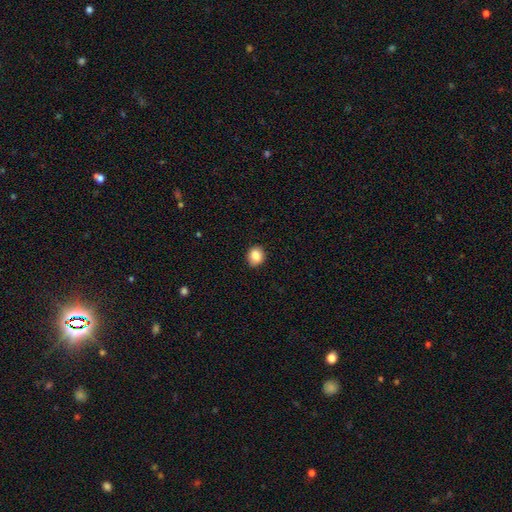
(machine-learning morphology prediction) Smooth or featured: smooth — 86% (star or artifact — 9%)
How rounded: round — 78% (in between — 21%)
Merging: none — 91% (minor disturbance — 7%)